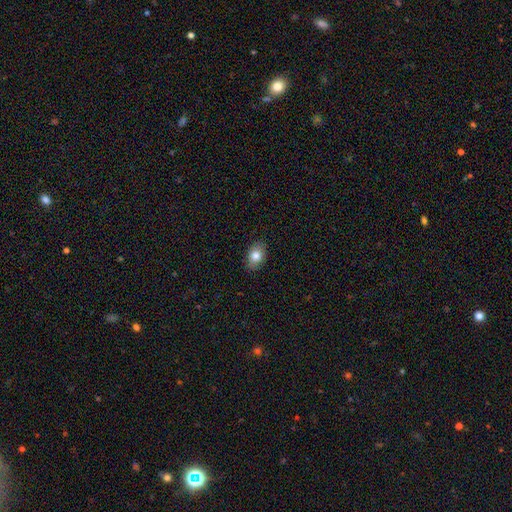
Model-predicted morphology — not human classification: type=smooth (80%); roundness=in between (83%); merging=none (87%).